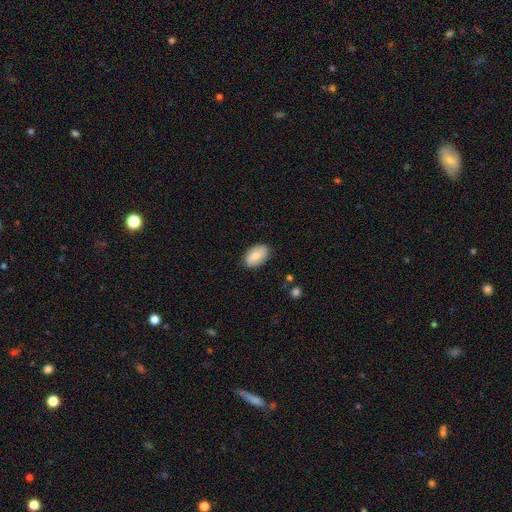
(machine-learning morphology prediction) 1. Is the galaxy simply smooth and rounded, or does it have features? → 79% smooth, 15% featured or disk, 6% star or artifact.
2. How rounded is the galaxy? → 91% in between, 7% round, 1% cigar-shaped.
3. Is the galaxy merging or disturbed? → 84% none, 12% minor disturbance, 2% major disturbance, 1% merger.